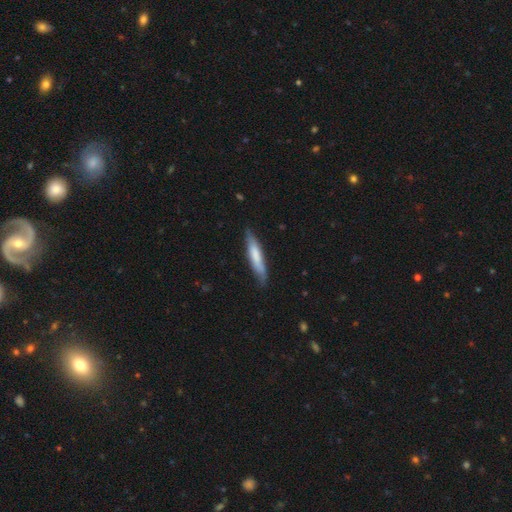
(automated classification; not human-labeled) Smooth or featured?
  - smooth: 66% *
  - featured or disk: 28%
  - star or artifact: 5%
How rounded?
  - cigar-shaped: 87% *
  - in between: 12%
  - round: 1%
Merging?
  - none: 78% *
  - minor disturbance: 17%
  - major disturbance: 3%
  - merger: 1%